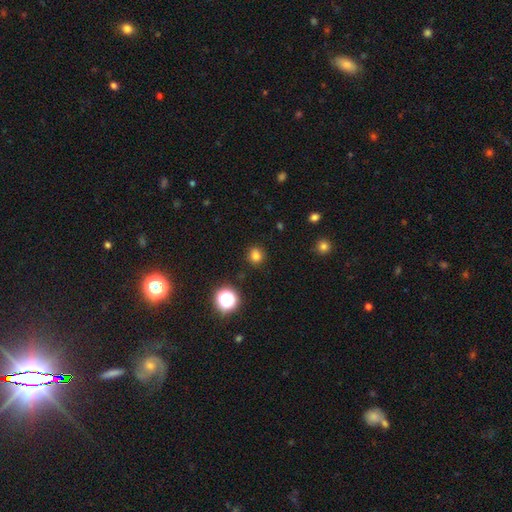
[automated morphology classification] Smooth or featured?
  - smooth: 79% *
  - star or artifact: 16%
  - featured or disk: 5%
How rounded?
  - round: 87% *
  - in between: 12%
  - cigar-shaped: 1%
Merging?
  - none: 89% *
  - minor disturbance: 7%
  - major disturbance: 2%
  - merger: 2%